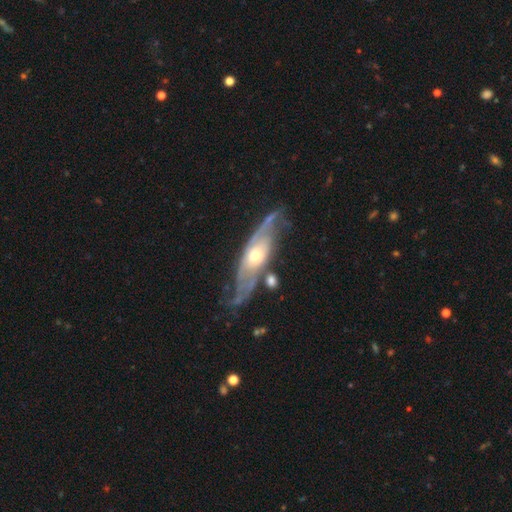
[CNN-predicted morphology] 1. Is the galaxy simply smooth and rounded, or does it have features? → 81% featured or disk, 14% smooth, 5% star or artifact.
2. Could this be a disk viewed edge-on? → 75% no, 25% yes.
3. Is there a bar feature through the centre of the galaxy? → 73% no, 21% weak, 6% strong.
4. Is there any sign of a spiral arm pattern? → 84% yes, 16% no.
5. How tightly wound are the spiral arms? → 38% medium, 36% tight, 25% loose.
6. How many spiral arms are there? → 59% 2, 28% can't tell, 5% 1, 4% 3, 2% 4, 2% more than 4.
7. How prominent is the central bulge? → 59% moderate, 32% small, 6% large, 1% none, 1% dominant.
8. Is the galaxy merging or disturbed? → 61% none, 21% minor disturbance, 12% major disturbance, 6% merger.